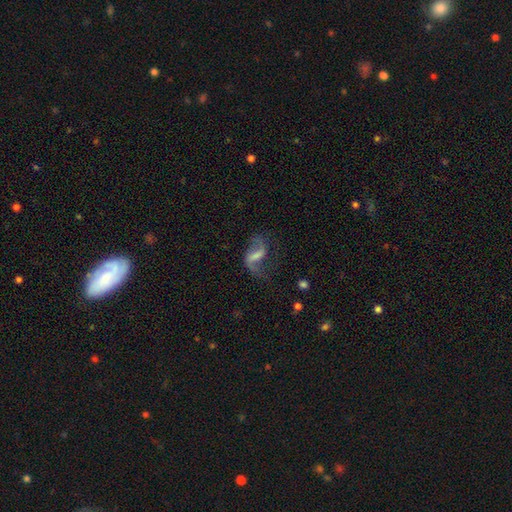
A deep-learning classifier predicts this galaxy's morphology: A featured or disk galaxy (80%) with a weak bar (45%), 2 (87%) loose (73%) spiral arms (92%) and a small central bulge (36%). Merging: none (62%).